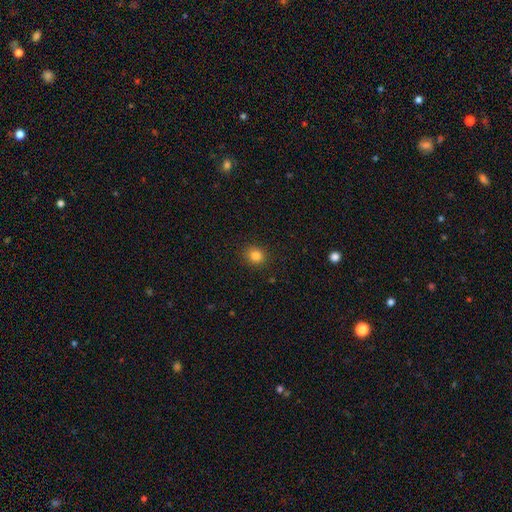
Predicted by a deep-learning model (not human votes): Q: Smooth or featured?
A: smooth (83%); runner-up: star or artifact (12%)
Q: How rounded?
A: round (80%); runner-up: in between (19%)
Q: Merging?
A: none (90%); runner-up: minor disturbance (6%)